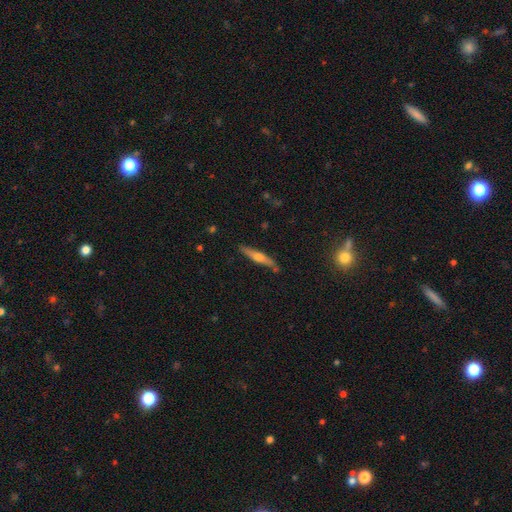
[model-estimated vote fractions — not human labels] Smooth or featured? featured or disk (64%)
Edge-on disk? yes (96%)
Edge-on bulge? rounded (87%)
Merging? none (85%)